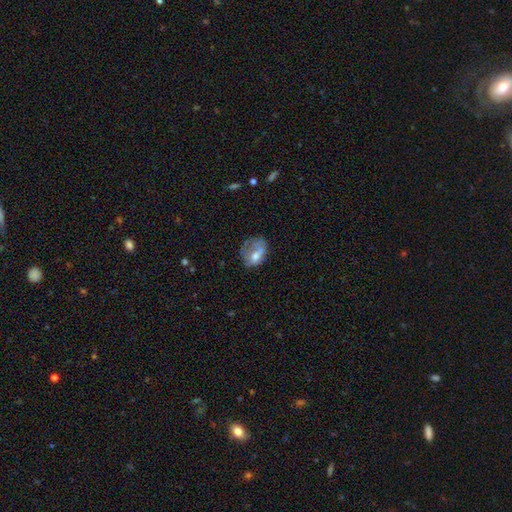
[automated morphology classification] This is possibly a smooth galaxy (55%). How rounded: likely in between (66%). Merging: marginally major disturbance (37%).